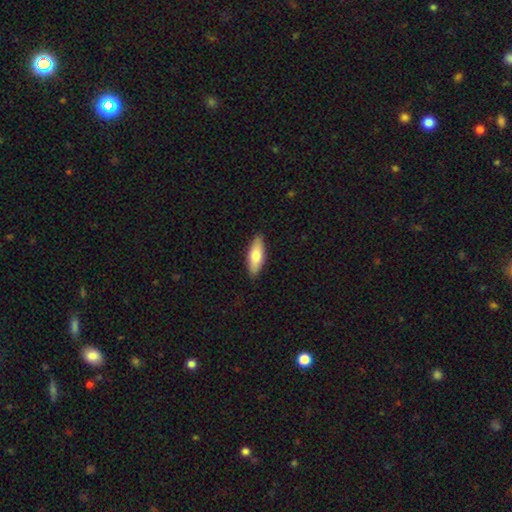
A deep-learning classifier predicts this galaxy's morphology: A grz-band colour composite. It shows a smooth galaxy with no disk features (77%) that is in between round and cigar-shaped (65%). Merging: none (88%).